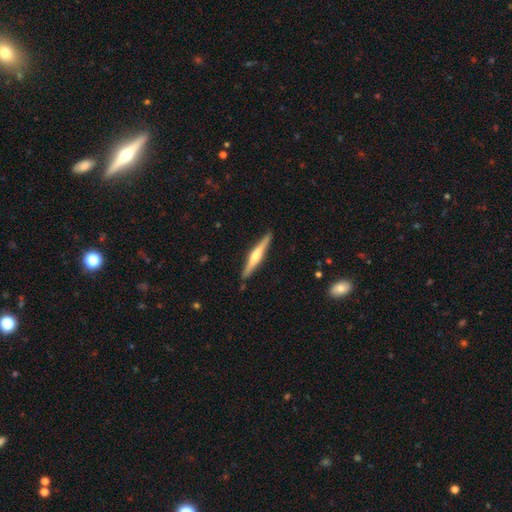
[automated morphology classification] This appears to be a featured or disk galaxy (66%) viewed edge-on (98%) with a rounded central bulge (83%). Merging: none (90%).